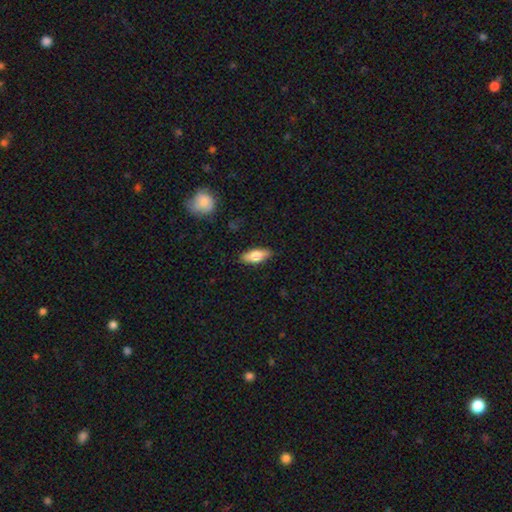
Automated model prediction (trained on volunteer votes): This appears to be a smooth galaxy with no disk features (71%) that is in between round and cigar-shaped (75%). Merging: none (86%).